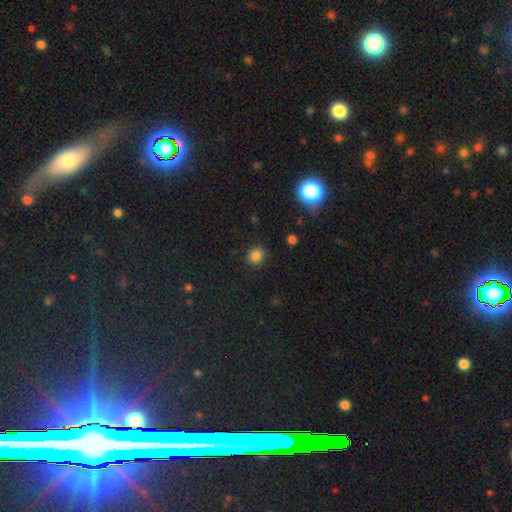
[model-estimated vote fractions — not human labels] Q: Smooth or featured?
A: smooth (82%); runner-up: star or artifact (14%)
Q: How rounded?
A: round (76%); runner-up: in between (23%)
Q: Merging?
A: none (85%); runner-up: minor disturbance (11%)